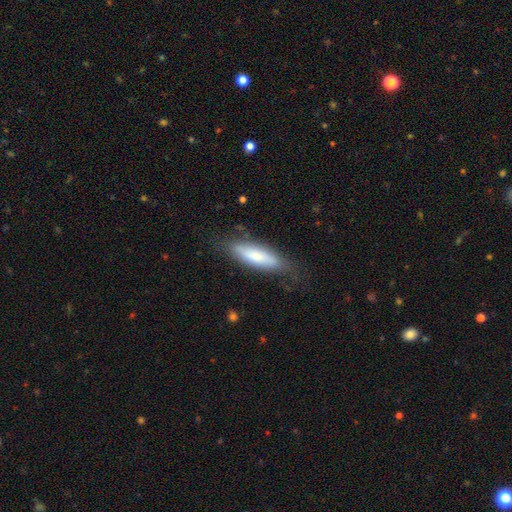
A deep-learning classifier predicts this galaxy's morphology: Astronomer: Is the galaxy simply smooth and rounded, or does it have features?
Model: smooth — 72%.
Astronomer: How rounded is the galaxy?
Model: cigar-shaped — 55% (runner-up: in between, 44%).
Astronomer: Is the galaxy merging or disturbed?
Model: none — 74%.